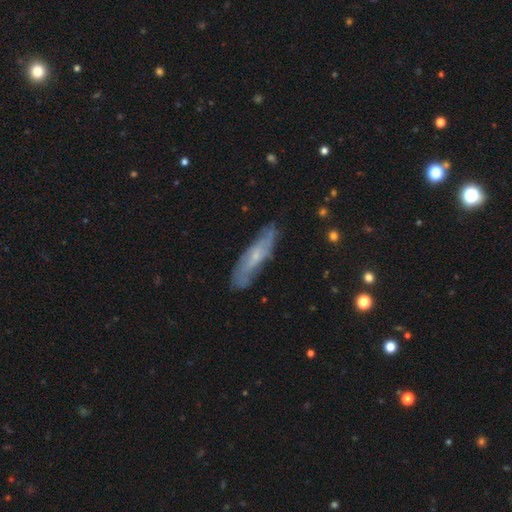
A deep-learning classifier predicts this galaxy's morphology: The model was most divided on "edge-on disk": no: 54%, yes: 46%. More confident: merging — none (79%); smooth or featured — featured or disk (55%).